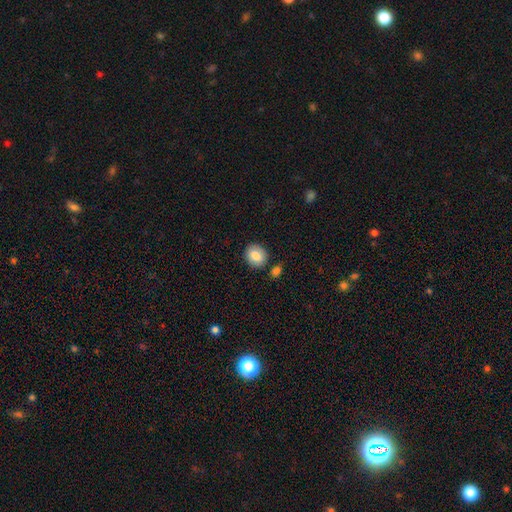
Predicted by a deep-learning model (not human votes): The model was most divided on "how rounded": round: 69%, in between: 30%, cigar-shaped: 1%. More confident: merging — none (82%); smooth or featured — smooth (82%).